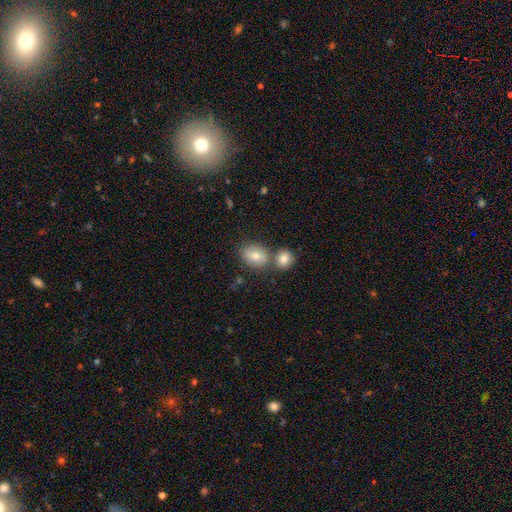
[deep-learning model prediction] A smooth galaxy with no disk features (74%) that is in between round and cigar-shaped (60%). Merging: none (59%).